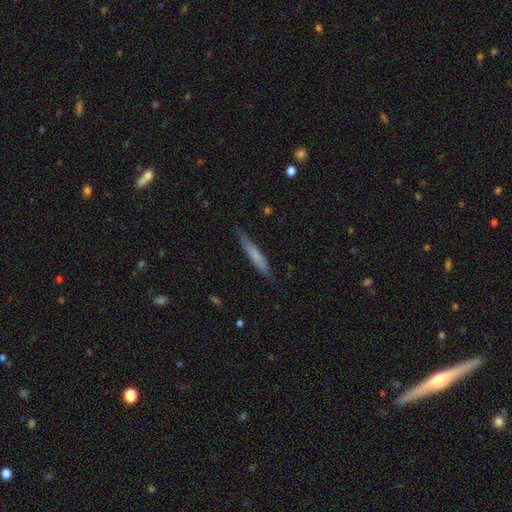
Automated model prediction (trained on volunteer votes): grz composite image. It shows a smooth galaxy with no disk features (65%) that is cigar-shaped (93%). Merging: none (82%).